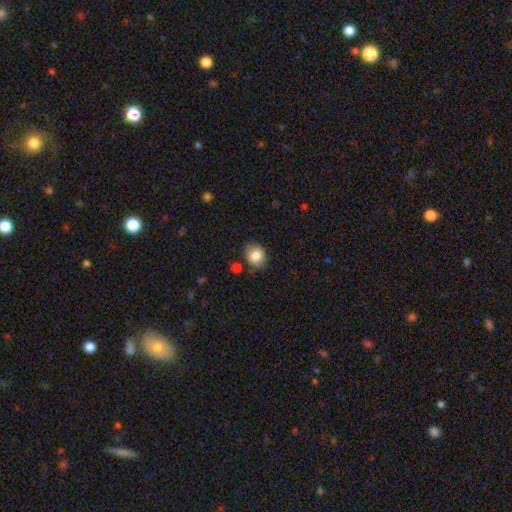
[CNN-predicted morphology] A smooth galaxy with no disk features (84%) that is round (64%). Merging: none (79%).